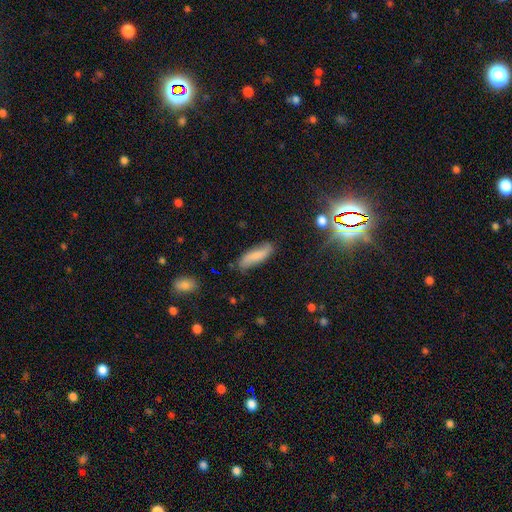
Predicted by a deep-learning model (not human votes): smooth-or-featured: smooth: 64% | featured or disk: 28% | star or artifact: 9%
  how-rounded: cigar-shaped: 56% | in between: 42% | round: 2%
  merging: none: 75% | minor disturbance: 19% | major disturbance: 4% | merger: 2%